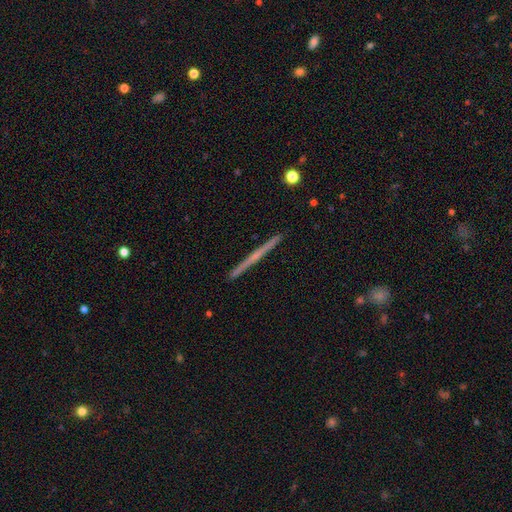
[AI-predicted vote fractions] Smooth or featured? featured or disk (64%)
Edge-on disk? yes (98%)
Edge-on bulge? none (72%)
Merging? none (93%)